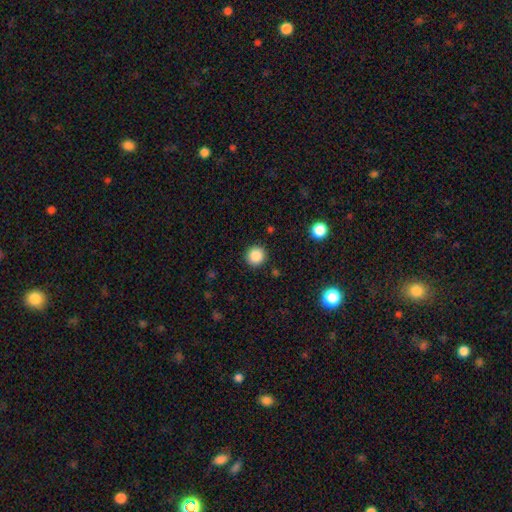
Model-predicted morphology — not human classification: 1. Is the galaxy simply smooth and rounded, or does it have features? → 86% smooth, 10% star or artifact, 4% featured or disk.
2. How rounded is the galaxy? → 94% round, 5% in between, 1% cigar-shaped.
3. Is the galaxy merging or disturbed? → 91% none, 6% minor disturbance, 2% major disturbance, 1% merger.